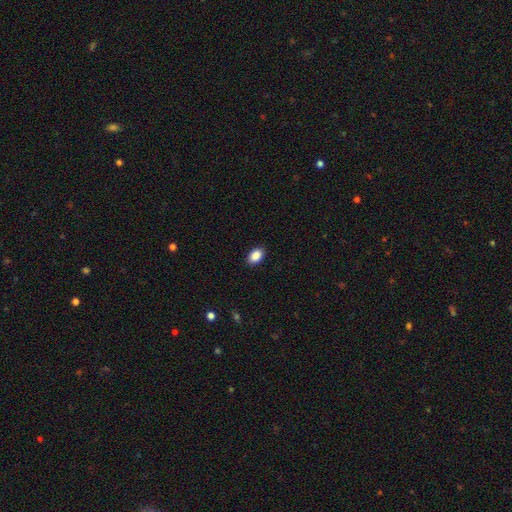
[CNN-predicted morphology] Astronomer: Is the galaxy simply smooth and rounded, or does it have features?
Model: smooth — 89%.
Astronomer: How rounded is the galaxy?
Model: in between — 89%.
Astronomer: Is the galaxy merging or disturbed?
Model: none — 89%.